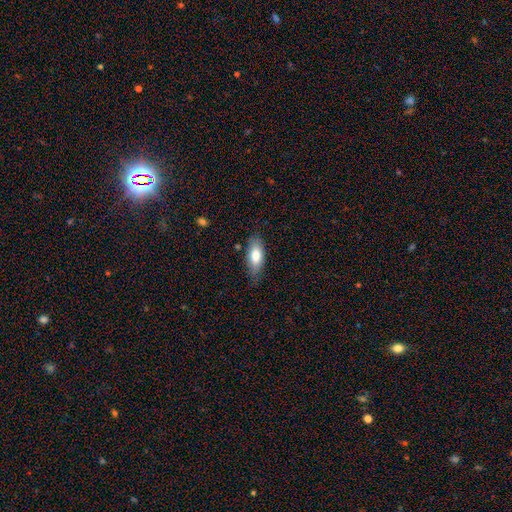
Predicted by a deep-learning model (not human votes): smooth 76%, featured or disk 18%, star or artifact 6%. Down the decision tree: how rounded — in between (80%); merging — none (73%).